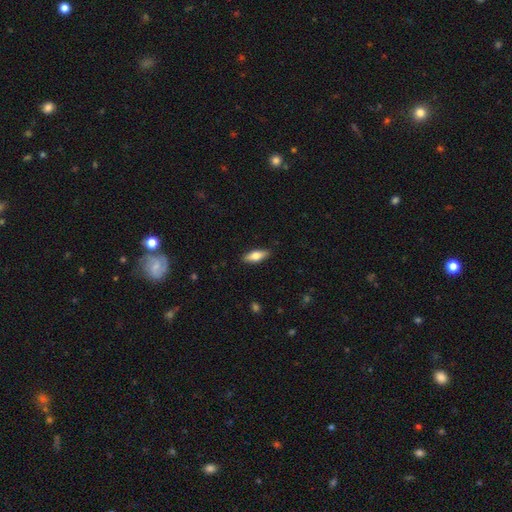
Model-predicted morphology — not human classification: smooth_or_featured: smooth (p=0.66) [alt: featured or disk p=0.28]
how_rounded: in between (p=0.63) [alt: cigar-shaped p=0.35]
merging: none (p=0.89) [alt: minor disturbance p=0.09]